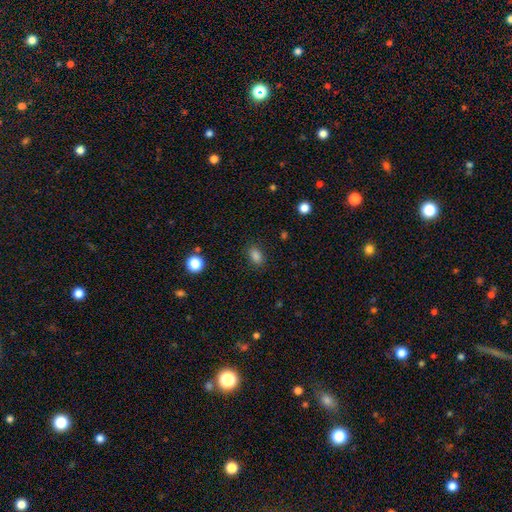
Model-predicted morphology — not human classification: A smooth galaxy with no disk features (85%) that is in between round and cigar-shaped (82%). Merging: none (85%).